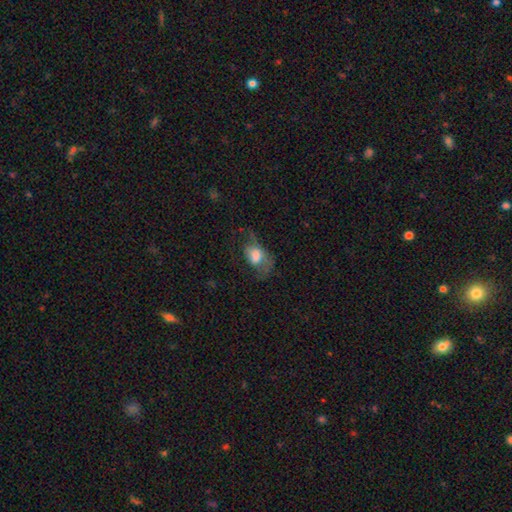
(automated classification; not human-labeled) Q: Smooth or featured?
A: smooth (65%); runner-up: featured or disk (26%)
Q: How rounded?
A: in between (80%); runner-up: round (18%)
Q: Merging?
A: major disturbance (45%); runner-up: none (28%)